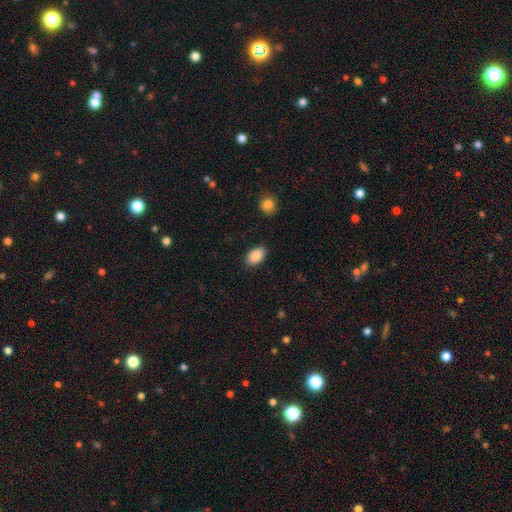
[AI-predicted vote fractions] smooth 88%, star or artifact 7%, featured or disk 4%. Down the decision tree: how rounded — in between (91%); merging — none (87%).